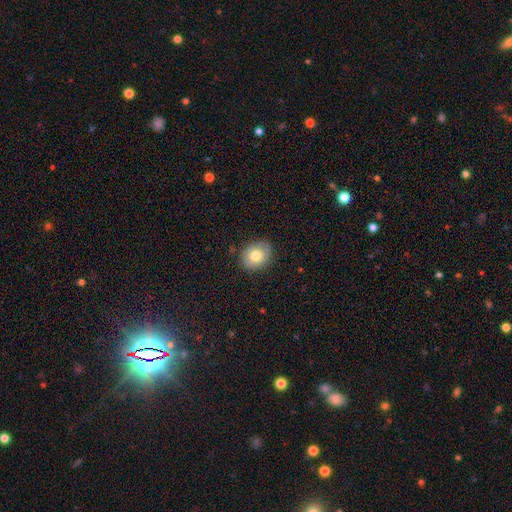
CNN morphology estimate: This is likely a smooth galaxy (77%). How rounded: possibly in between (51%). Merging: clearly none (86%).